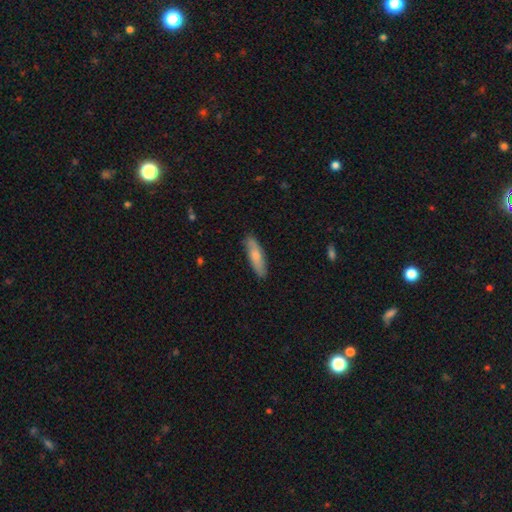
A smooth galaxy with no disk features (68%) that is cigar-shaped (81%).

Vote fractions:
- Smooth or featured? smooth: 68% / featured or disk: 24% / star or artifact: 8%
- How rounded? cigar-shaped: 81% / in between: 19% / round: 0%
- Merging? none: 83% / minor disturbance: 14% / merger: 3% / major disturbance: 0%